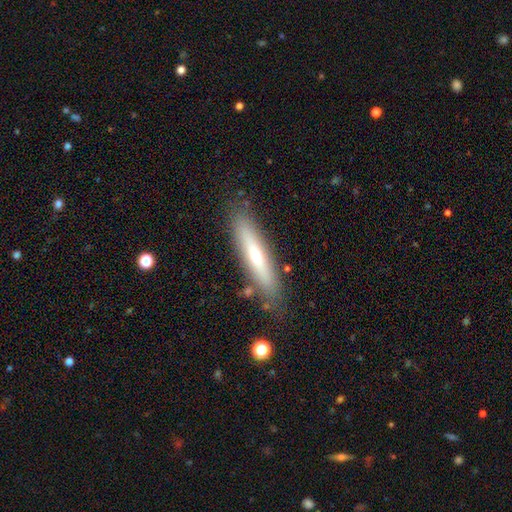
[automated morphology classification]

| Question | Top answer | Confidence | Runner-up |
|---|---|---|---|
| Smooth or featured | smooth | 53% | featured or disk (41%) |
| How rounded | cigar-shaped | 86% | in between (13%) |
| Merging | none | 84% | minor disturbance (11%) |